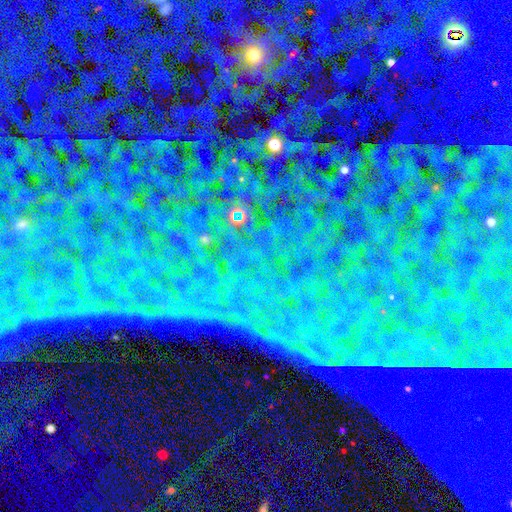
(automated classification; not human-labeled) Smooth or featured? star or artifact (86%)